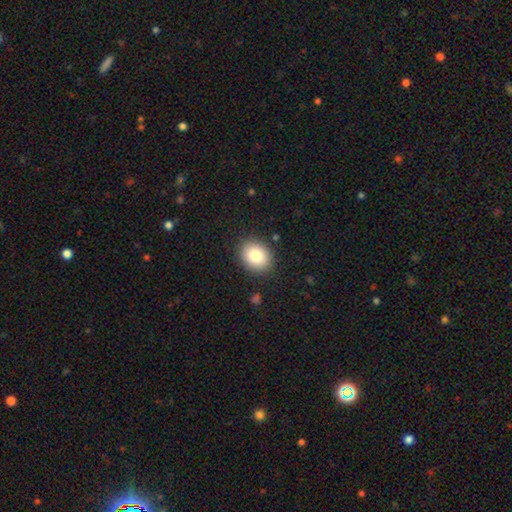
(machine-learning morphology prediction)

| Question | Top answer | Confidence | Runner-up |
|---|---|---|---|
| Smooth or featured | smooth | 82% | star or artifact (9%) |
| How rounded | round | 54% | in between (46%) |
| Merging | none | 87% | minor disturbance (9%) |